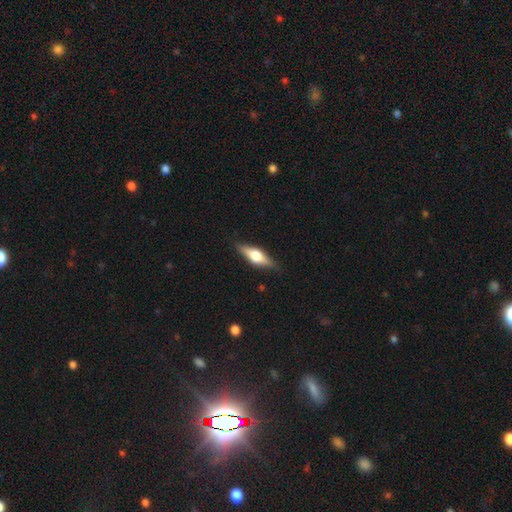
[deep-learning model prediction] Smooth or featured?
  - featured or disk: 59% *
  - smooth: 35%
  - star or artifact: 6%
Edge-on disk?
  - yes: 95% *
  - no: 5%
Edge-on bulge?
  - rounded: 93% *
  - boxy: 5%
  - none: 2%
Merging?
  - none: 87% *
  - minor disturbance: 10%
  - major disturbance: 2%
  - merger: 1%